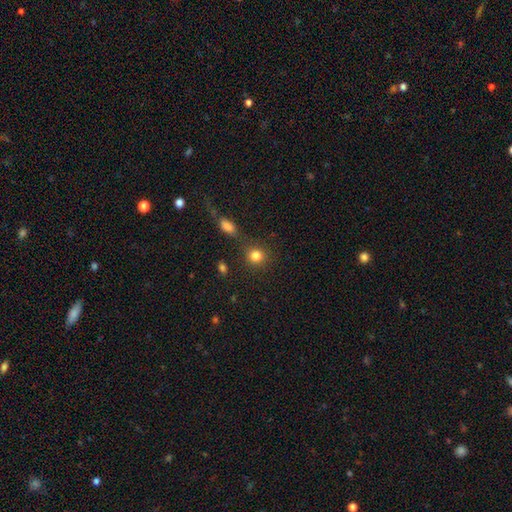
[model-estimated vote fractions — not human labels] The model was most divided on "merging": none: 73%, merger: 12%, minor disturbance: 10%, major disturbance: 5%. More confident: how rounded — round (86%); smooth or featured — smooth (83%).